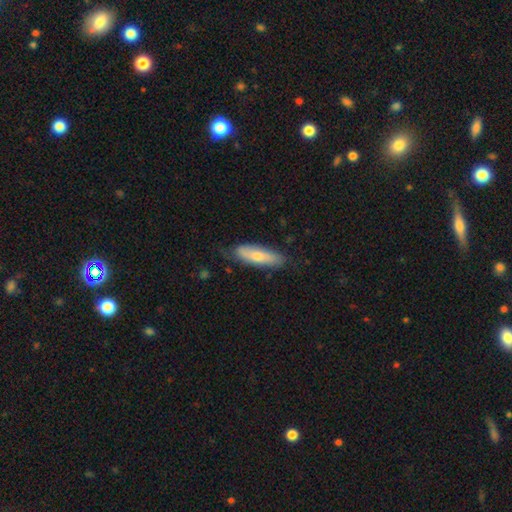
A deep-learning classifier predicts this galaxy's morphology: The model was most divided on "how rounded": cigar-shaped: 53%, in between: 46%, round: 2%. More confident: merging — none (74%); smooth or featured — smooth (64%).